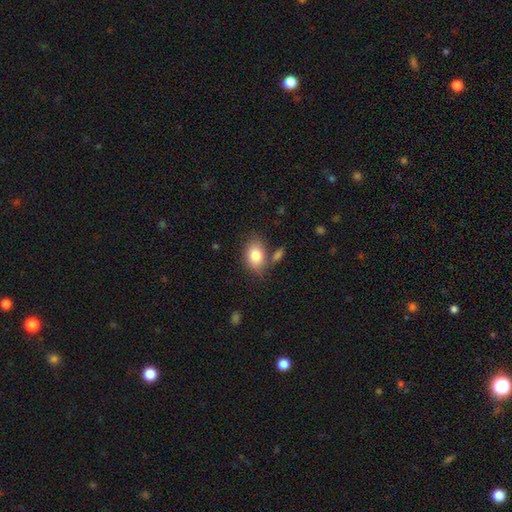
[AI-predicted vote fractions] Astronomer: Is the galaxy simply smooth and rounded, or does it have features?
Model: smooth — 83%.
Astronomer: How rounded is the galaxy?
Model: in between — 79%.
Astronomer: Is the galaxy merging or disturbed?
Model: none — 66%.